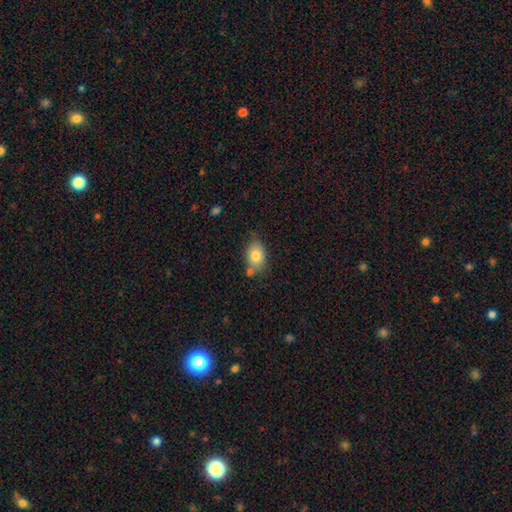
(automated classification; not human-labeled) This appears to be a smooth galaxy with no disk features (79%) that is in between round and cigar-shaped (77%). Merging: none (63%).